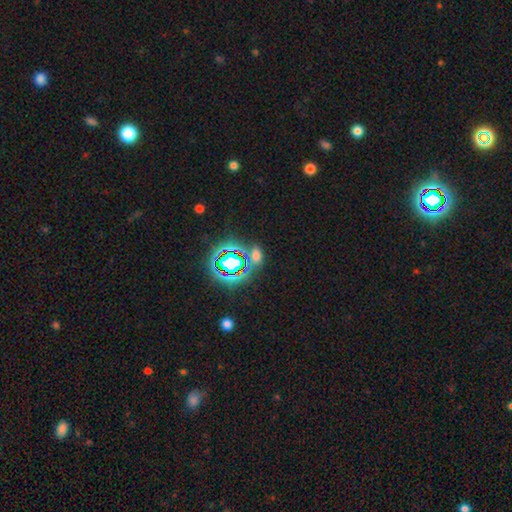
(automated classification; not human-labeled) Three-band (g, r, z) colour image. It shows a star or artifact, not a galaxy (46%).